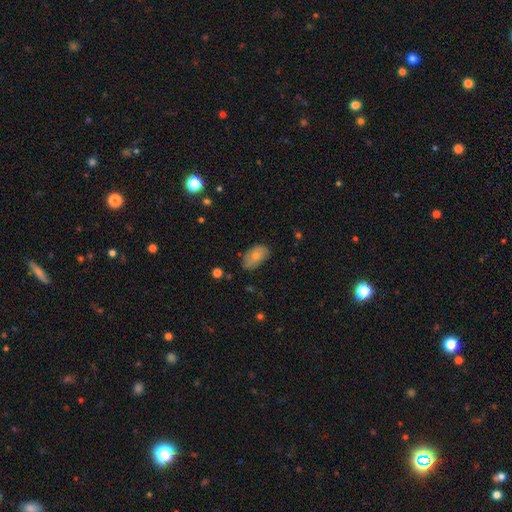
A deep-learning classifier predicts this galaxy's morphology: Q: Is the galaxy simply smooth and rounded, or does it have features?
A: smooth — 68%.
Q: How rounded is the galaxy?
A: in between — 92%.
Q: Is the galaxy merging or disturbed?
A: none — 70%.